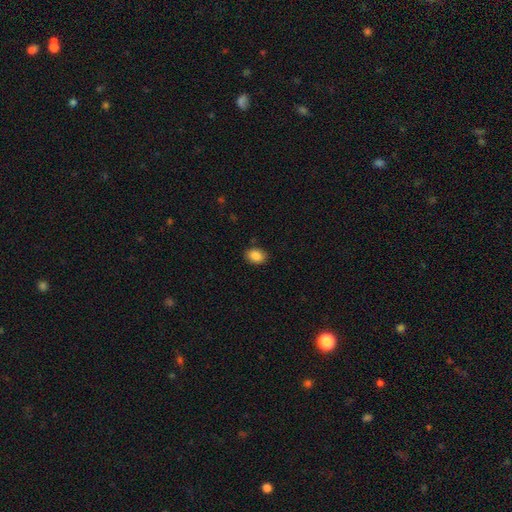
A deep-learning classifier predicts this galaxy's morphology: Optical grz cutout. It shows a smooth galaxy with no disk features (87%) that is in between round and cigar-shaped (71%). Merging: none (88%).